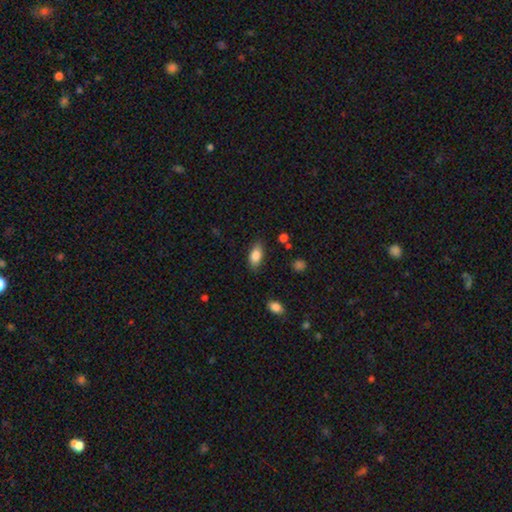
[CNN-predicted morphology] Smooth or featured?
  - smooth: 84% *
  - featured or disk: 8%
  - star or artifact: 8%
How rounded?
  - in between: 89% *
  - cigar-shaped: 6%
  - round: 5%
Merging?
  - none: 83% *
  - minor disturbance: 13%
  - major disturbance: 3%
  - merger: 1%